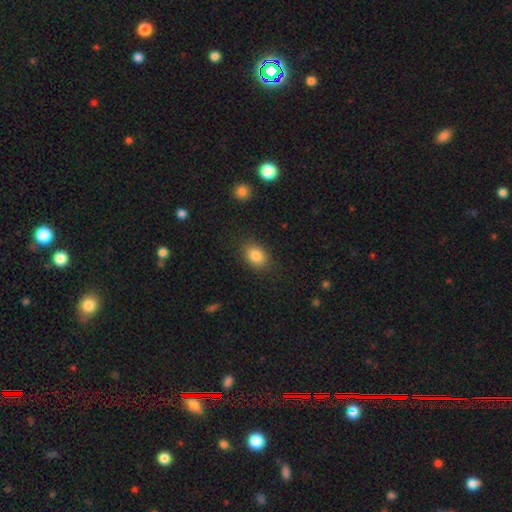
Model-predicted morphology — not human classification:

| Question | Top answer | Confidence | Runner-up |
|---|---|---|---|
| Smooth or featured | smooth | 83% | star or artifact (9%) |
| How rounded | in between | 75% | round (24%) |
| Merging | none | 84% | minor disturbance (11%) |